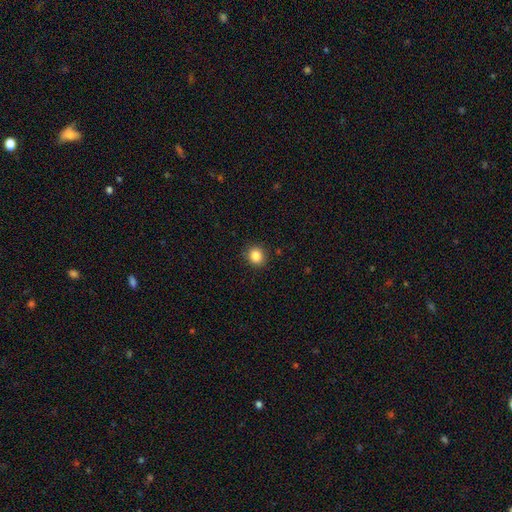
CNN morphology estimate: Overall: smooth (86%). How rounded: round (78%). Merging: none (89%).